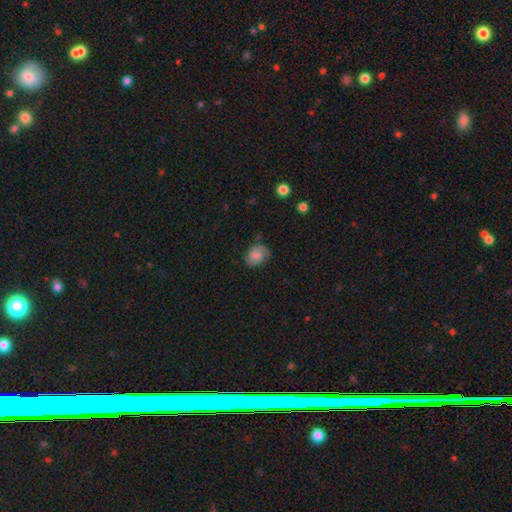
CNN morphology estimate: Q: Smooth or featured?
A: smooth (60%); runner-up: featured or disk (31%)
Q: How rounded?
A: in between (55%); runner-up: round (44%)
Q: Merging?
A: none (65%); runner-up: minor disturbance (25%)